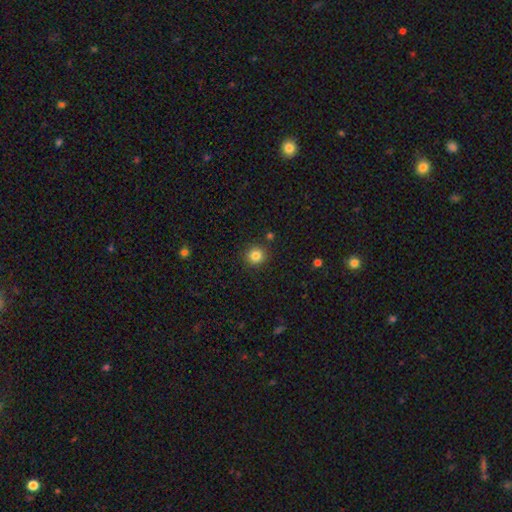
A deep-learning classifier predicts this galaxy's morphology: Smooth or featured? smooth (83%)
How rounded? round (92%)
Merging? none (89%)